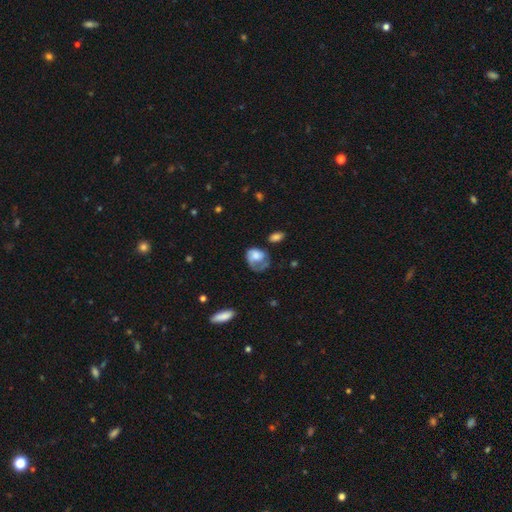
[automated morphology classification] A smooth galaxy with no disk features (54%) that is in between round and cigar-shaped (52%). Merging: major disturbance (42%).